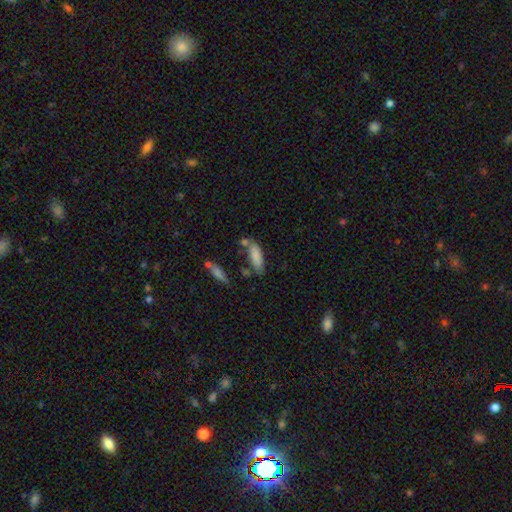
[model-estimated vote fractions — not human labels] A smooth galaxy with no disk features (81%) that is in between round and cigar-shaped (67%). Merging: none (52%).